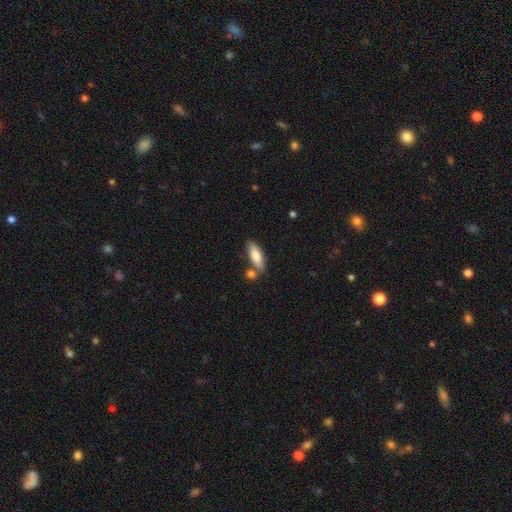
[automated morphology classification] This is likely a smooth galaxy (80%). How rounded: possibly in between (59%). Merging: likely none (70%).